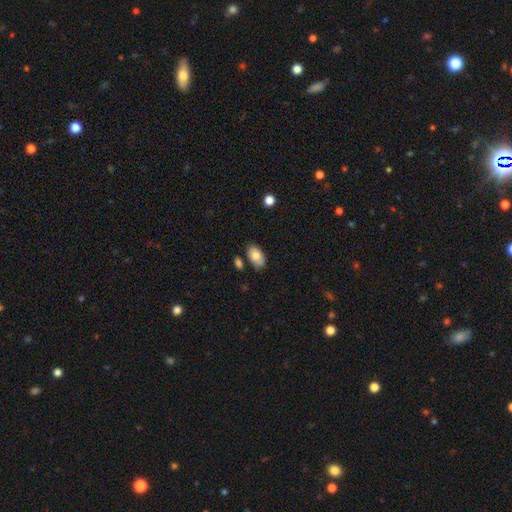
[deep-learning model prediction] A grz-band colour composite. It shows a smooth galaxy with no disk features (79%) that is in between round and cigar-shaped (92%). Merging: none (72%).